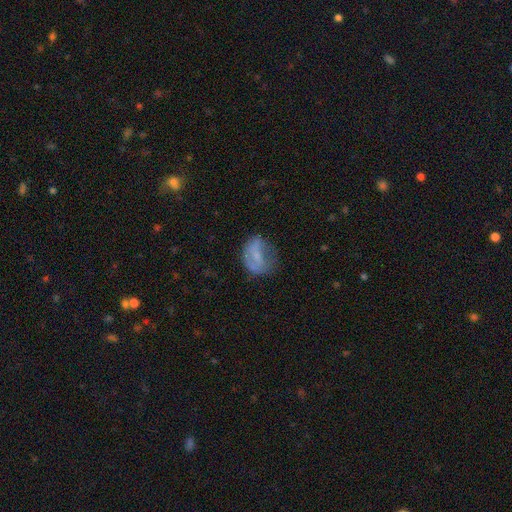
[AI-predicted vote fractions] A smooth galaxy with no disk features (50%) that is in between round and cigar-shaped (58%). Merging: none (44%).